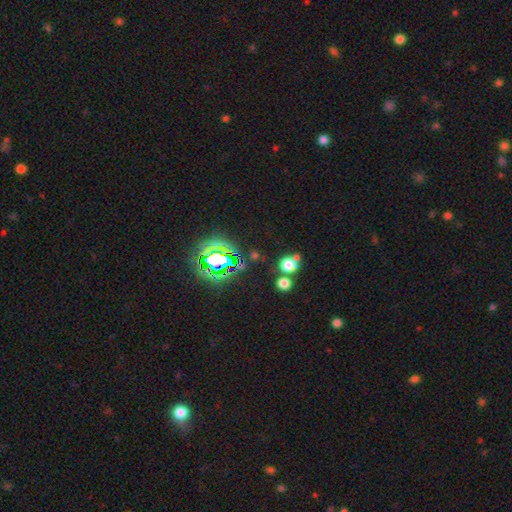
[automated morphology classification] star or artifact 78%, smooth 13%, featured or disk 8%.